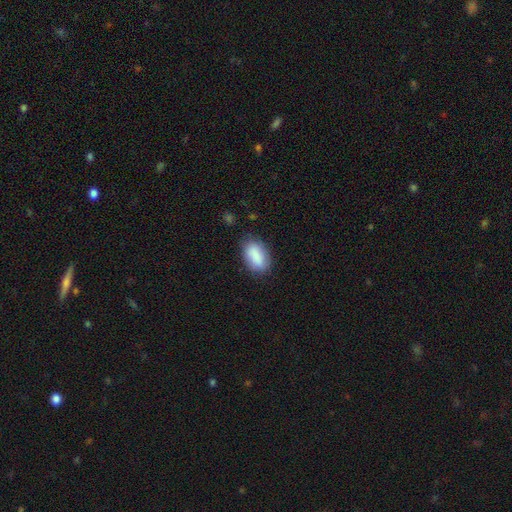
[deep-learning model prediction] Smooth or featured: smooth — 86% (featured or disk — 7%)
How rounded: in between — 91% (round — 6%)
Merging: none — 78% (minor disturbance — 17%)